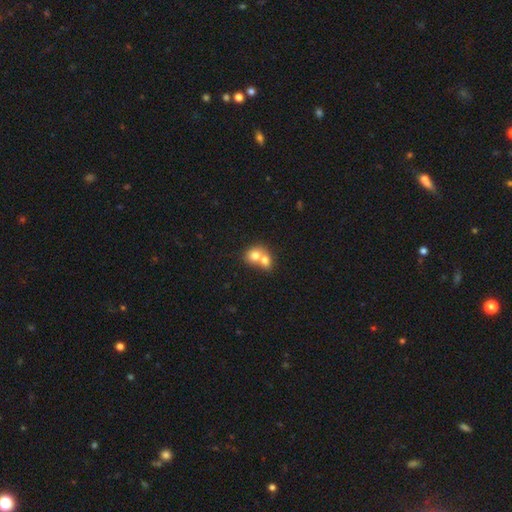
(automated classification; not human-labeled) smooth-or-featured: smooth: 73% | featured or disk: 18% | star or artifact: 9%
  how-rounded: round: 61% | in between: 38% | cigar-shaped: 1%
  merging: merger: 73% | none: 20% | minor disturbance: 5% | major disturbance: 2%